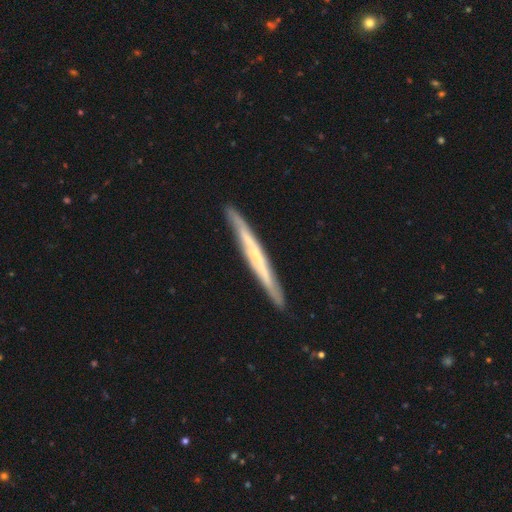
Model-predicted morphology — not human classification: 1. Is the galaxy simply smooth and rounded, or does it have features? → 63% featured or disk, 32% smooth, 5% star or artifact.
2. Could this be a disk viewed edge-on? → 95% yes, 5% no.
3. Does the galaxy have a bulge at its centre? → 70% none, 23% rounded, 7% boxy.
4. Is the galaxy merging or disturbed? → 90% none, 8% minor disturbance, 1% major disturbance, 1% merger.